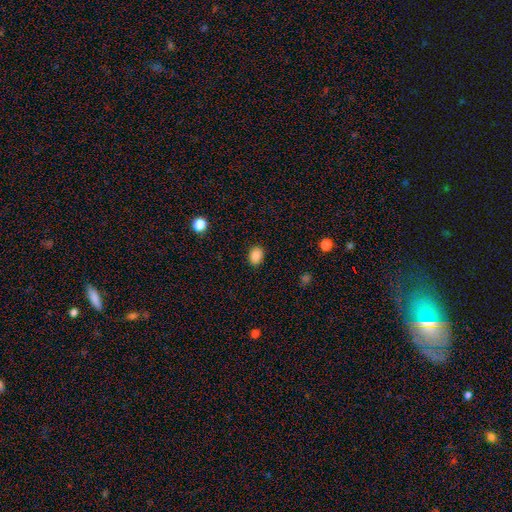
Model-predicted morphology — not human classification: Smooth or featured? Predicted: smooth (p=0.88). How rounded? Predicted: in between (p=0.65). Merging? Predicted: none (p=0.88).